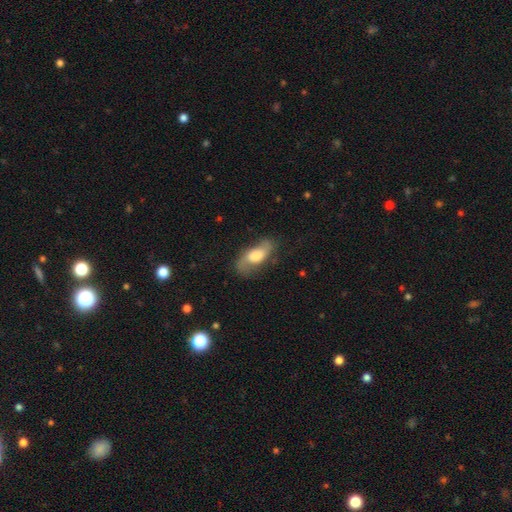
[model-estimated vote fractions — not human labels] featured or disk 47%, smooth 46%, star or artifact 7%. Down the decision tree: merging — none (64%).